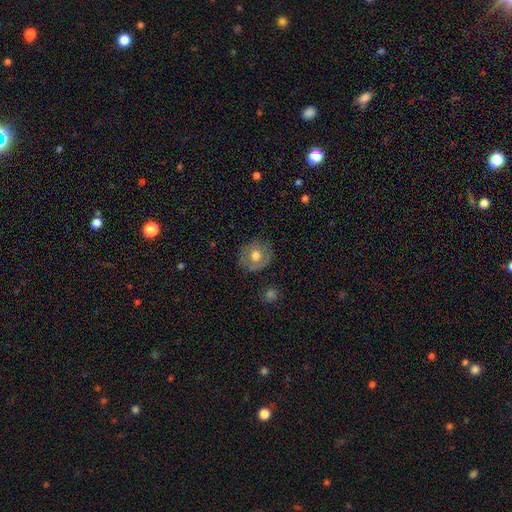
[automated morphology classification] A smooth galaxy with no disk features (60%) that is round (78%).

Vote fractions:
- Smooth or featured? smooth: 60% / featured or disk: 32% / star or artifact: 8%
- How rounded? round: 78% / in between: 21% / cigar-shaped: 1%
- Merging? none: 79% / minor disturbance: 15% / major disturbance: 5% / merger: 2%